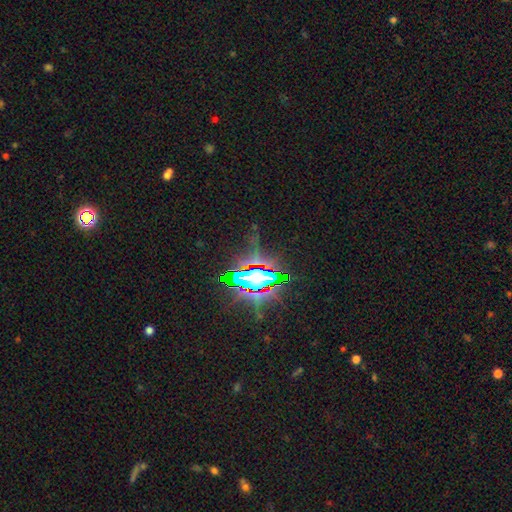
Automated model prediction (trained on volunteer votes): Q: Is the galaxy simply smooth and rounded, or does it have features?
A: star or artifact — 79%.